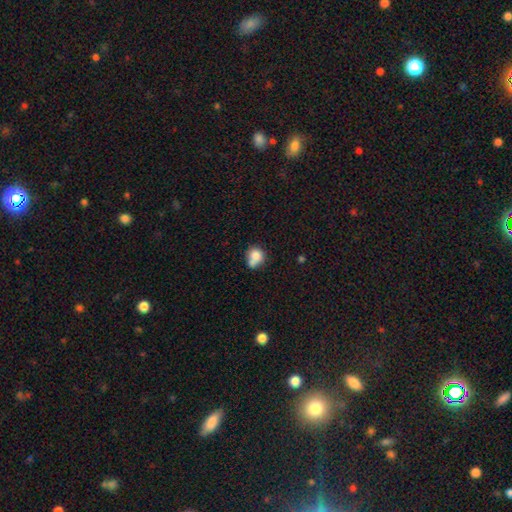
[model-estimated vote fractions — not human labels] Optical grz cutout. It shows a smooth galaxy with no disk features (78%) that is round (74%). Merging: merger (42%).